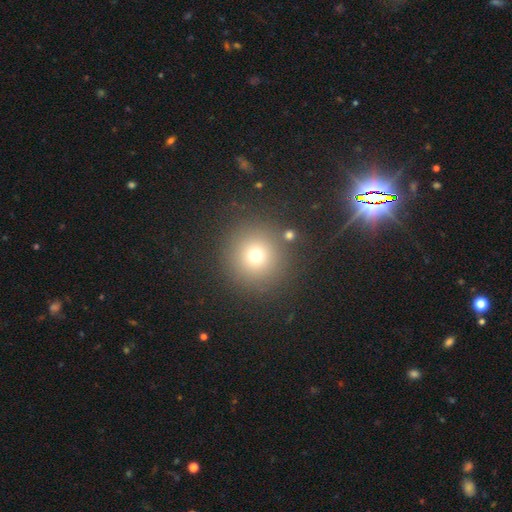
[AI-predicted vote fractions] A smooth galaxy with no disk features (71%) that is round (95%). Merging: none (85%).